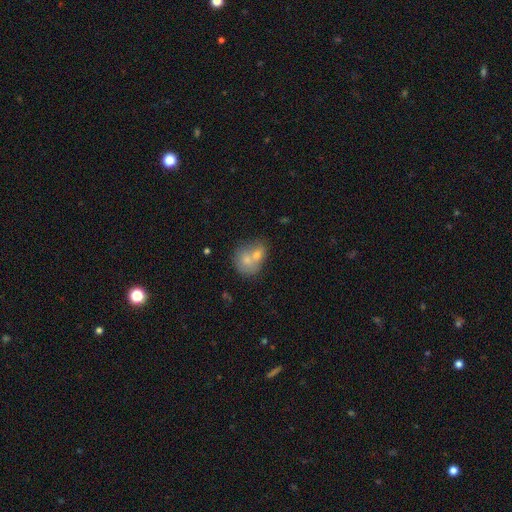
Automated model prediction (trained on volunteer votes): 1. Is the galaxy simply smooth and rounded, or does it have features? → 63% smooth, 25% featured or disk, 12% star or artifact.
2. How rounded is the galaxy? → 64% round, 34% in between, 1% cigar-shaped.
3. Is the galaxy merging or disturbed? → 65% merger, 25% none, 7% minor disturbance, 3% major disturbance.